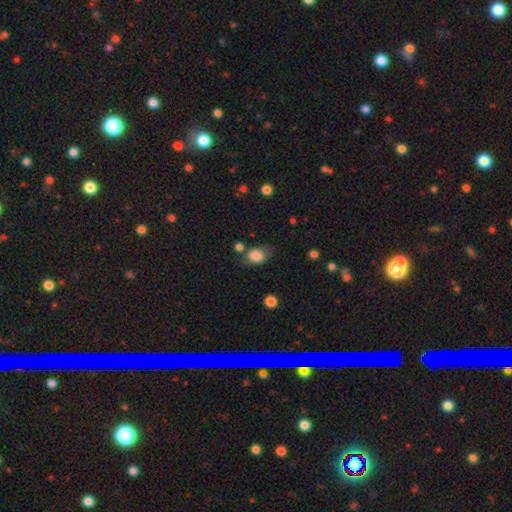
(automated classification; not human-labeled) smooth_or_featured: smooth (p=0.82) [alt: star or artifact p=0.09]
how_rounded: in between (p=0.65) [alt: round p=0.34]
merging: none (p=0.57) [alt: minor disturbance p=0.25]